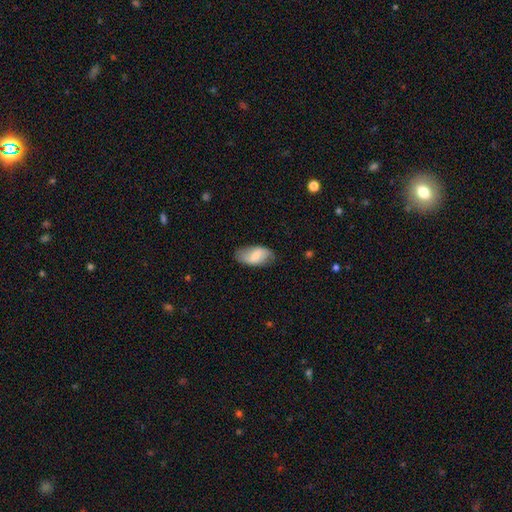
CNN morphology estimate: This is likely a smooth galaxy (60%). How rounded: clearly in between (93%). Merging: likely none (74%).